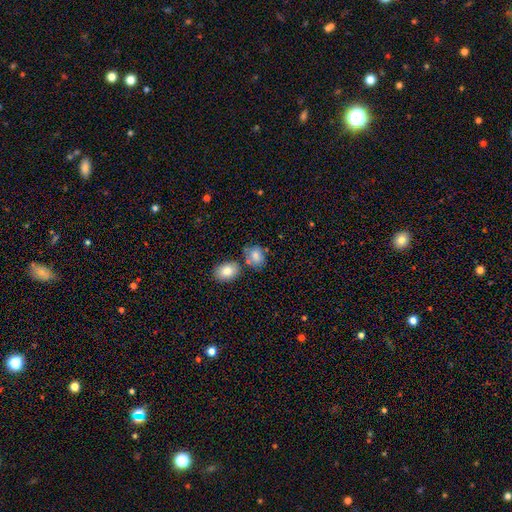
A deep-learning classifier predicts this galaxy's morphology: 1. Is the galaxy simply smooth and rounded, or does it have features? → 80% smooth, 11% featured or disk, 9% star or artifact.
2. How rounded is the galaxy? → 67% in between, 32% round, 1% cigar-shaped.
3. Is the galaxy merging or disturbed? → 57% none, 20% merger, 17% minor disturbance, 5% major disturbance.